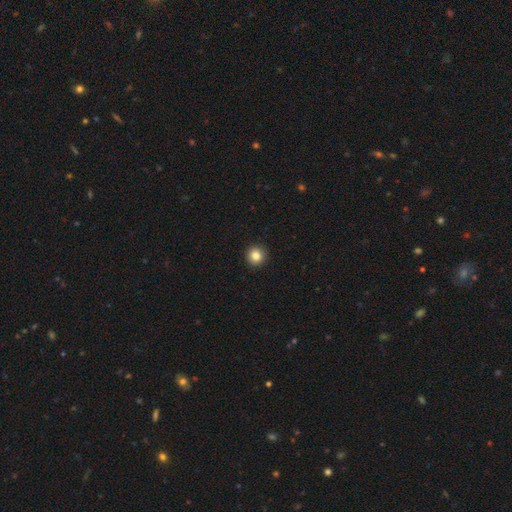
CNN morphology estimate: Q: Smooth or featured?
A: smooth (84%); runner-up: star or artifact (11%)
Q: How rounded?
A: round (95%); runner-up: in between (4%)
Q: Merging?
A: none (93%); runner-up: minor disturbance (4%)